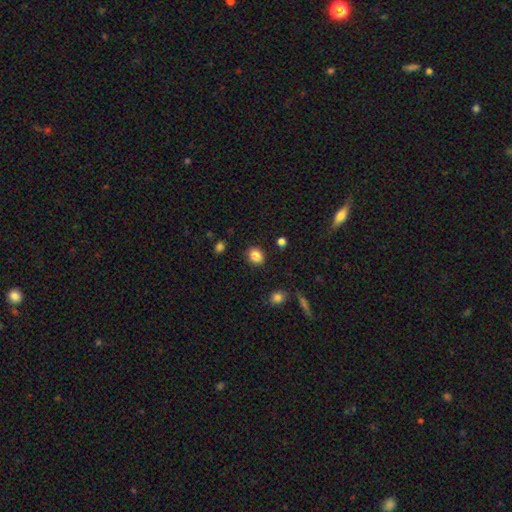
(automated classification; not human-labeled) Smooth or featured? Predicted: smooth (p=0.85). How rounded? Predicted: round (p=0.58). Merging? Predicted: none (p=0.87).